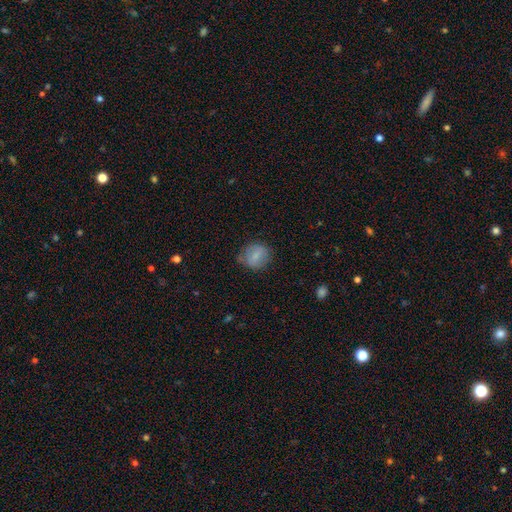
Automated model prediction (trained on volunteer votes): Overall: smooth (76%). How rounded: round (69%). Merging: none (74%).